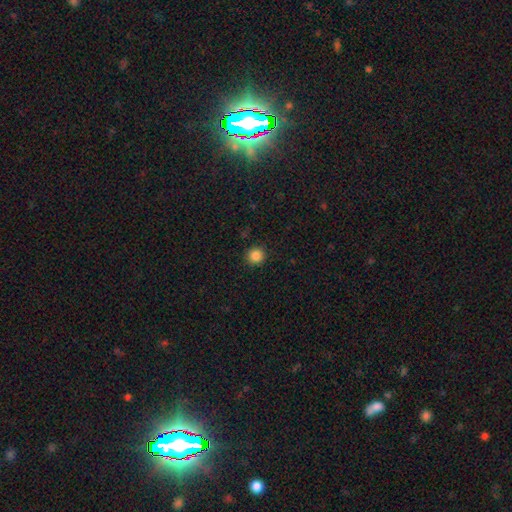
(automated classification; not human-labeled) Smooth or featured?
  - smooth: 85% *
  - star or artifact: 11%
  - featured or disk: 4%
How rounded?
  - round: 94% *
  - in between: 6%
  - cigar-shaped: 1%
Merging?
  - none: 92% *
  - minor disturbance: 5%
  - major disturbance: 2%
  - merger: 1%